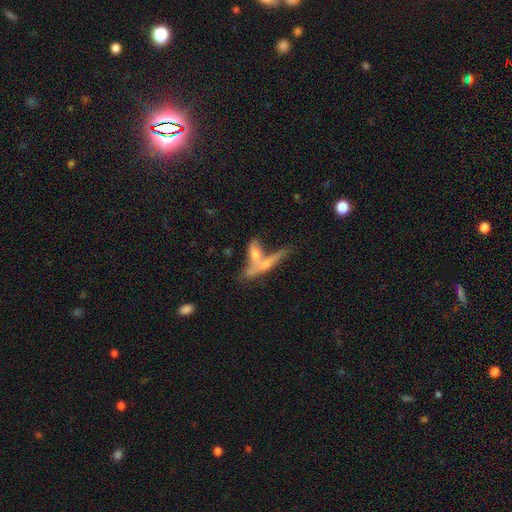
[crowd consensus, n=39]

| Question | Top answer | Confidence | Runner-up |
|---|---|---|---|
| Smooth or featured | featured or disk | 49% | smooth (38%) |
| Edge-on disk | yes | 74% | no (26%) |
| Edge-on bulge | rounded | 79% | none (21%) |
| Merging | merger | 50% | none (44%) |